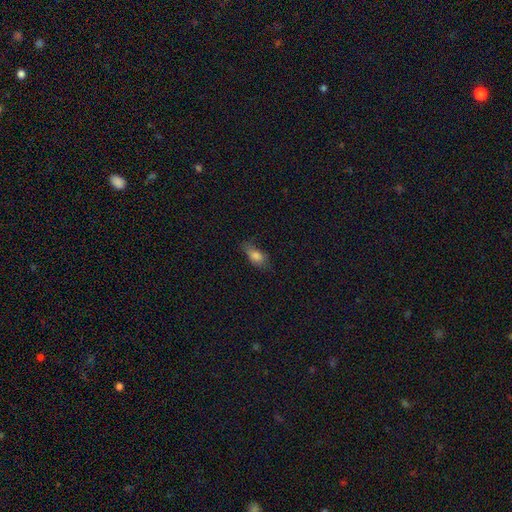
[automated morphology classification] Overall: smooth (78%). How rounded: in between (81%). Merging: none (61%; minor disturbance 28%).